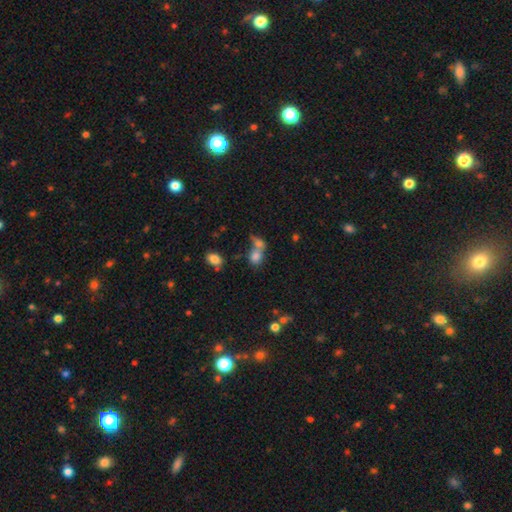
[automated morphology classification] smooth_or_featured: smooth (p=0.78) [alt: star or artifact p=0.11]
how_rounded: in between (p=0.50) [alt: round p=0.47]
merging: merger (p=0.57) [alt: none p=0.30]